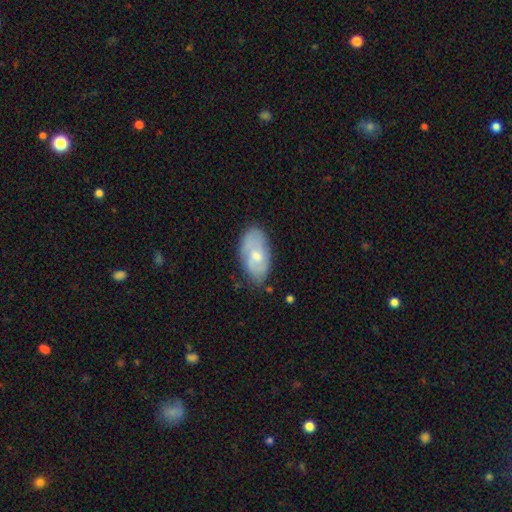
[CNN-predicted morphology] smooth-or-featured: smooth: 48% | featured or disk: 46% | star or artifact: 7%
  merging: none: 72% | minor disturbance: 21% | major disturbance: 4% | merger: 2%